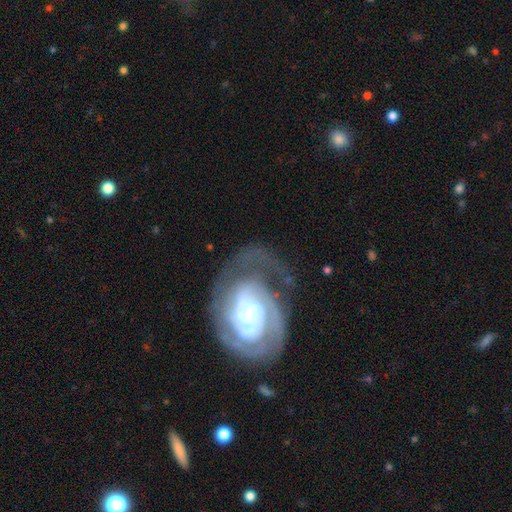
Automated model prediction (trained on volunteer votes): Smooth or featured? Predicted: featured or disk (p=0.87). Edge-on disk? Predicted: no (p=0.97). Bar? Predicted: no (p=0.49). Spiral arms? Predicted: yes (p=0.96). Spiral winding? Predicted: tight (p=0.68). Spiral arm count? Predicted: 2 (p=0.46). Bulge size? Predicted: small (p=0.58). Merging? Predicted: none (p=0.60).